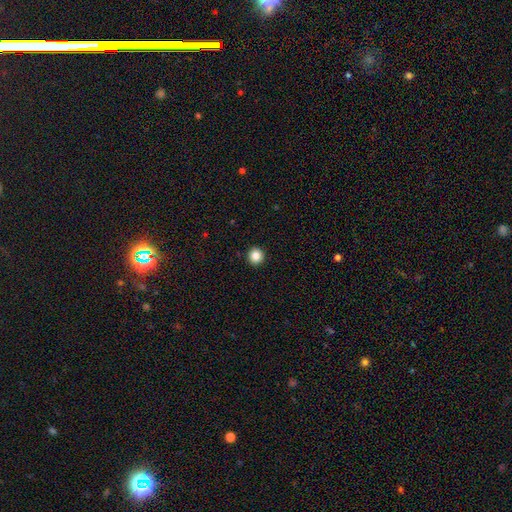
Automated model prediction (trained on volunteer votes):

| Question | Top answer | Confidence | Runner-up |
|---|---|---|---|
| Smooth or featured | smooth | 85% | star or artifact (10%) |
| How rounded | round | 94% | in between (5%) |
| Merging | none | 94% | minor disturbance (4%) |